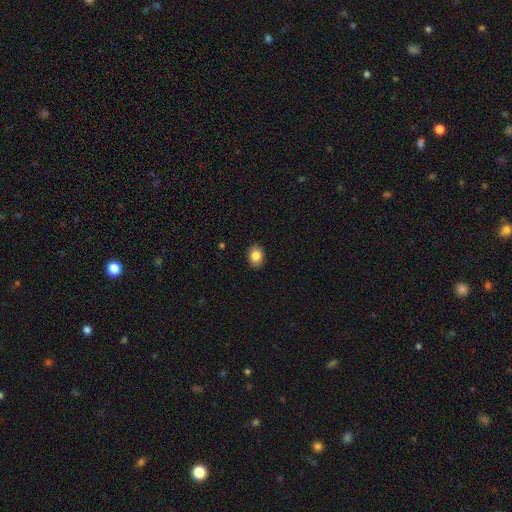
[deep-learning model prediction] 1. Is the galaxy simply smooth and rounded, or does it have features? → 84% smooth, 9% star or artifact, 7% featured or disk.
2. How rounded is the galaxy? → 66% in between, 33% round, 1% cigar-shaped.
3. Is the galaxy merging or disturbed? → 89% none, 8% minor disturbance, 2% major disturbance, 1% merger.